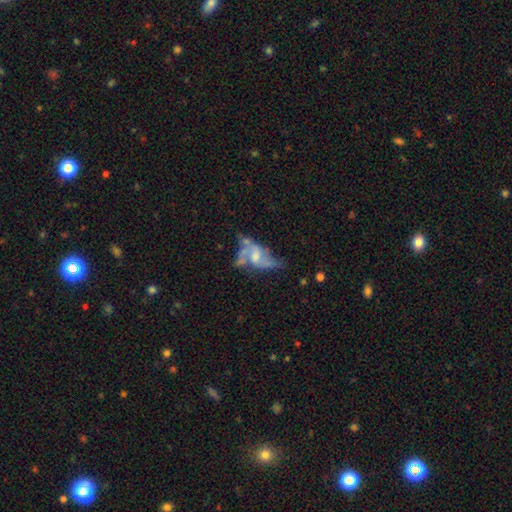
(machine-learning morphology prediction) This is likely a featured or disk galaxy (70%). It is clearly not viewed edge-on (95%). Bar: possibly no (52%). Spiral arm pattern: likely yes (68%). Central bulge: marginally moderate (41%). Merging: marginally major disturbance (34%).